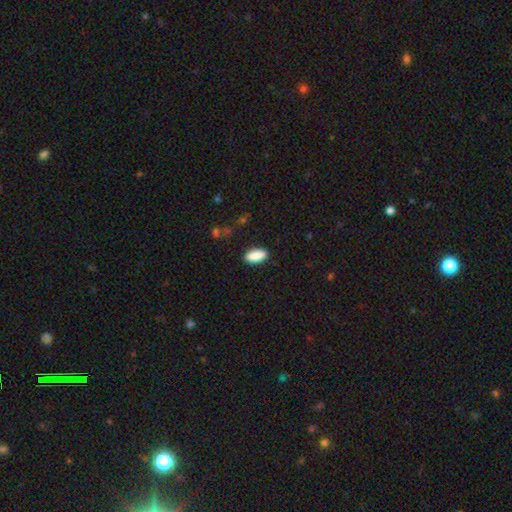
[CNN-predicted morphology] A smooth galaxy with no disk features (89%) that is in between round and cigar-shaped (85%).

Vote fractions:
- Smooth or featured? smooth: 89% / star or artifact: 7% / featured or disk: 5%
- How rounded? in between: 85% / cigar-shaped: 12% / round: 2%
- Merging? none: 87% / minor disturbance: 10% / major disturbance: 2% / merger: 1%